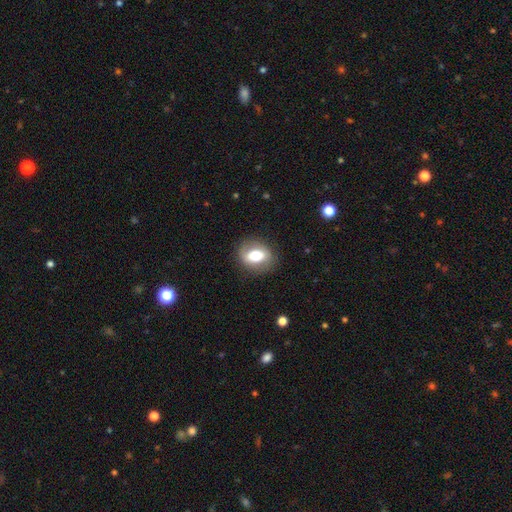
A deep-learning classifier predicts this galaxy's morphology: smooth 60%, featured or disk 32%, star or artifact 8%. Down the decision tree: how rounded — in between (62%); merging — none (83%).